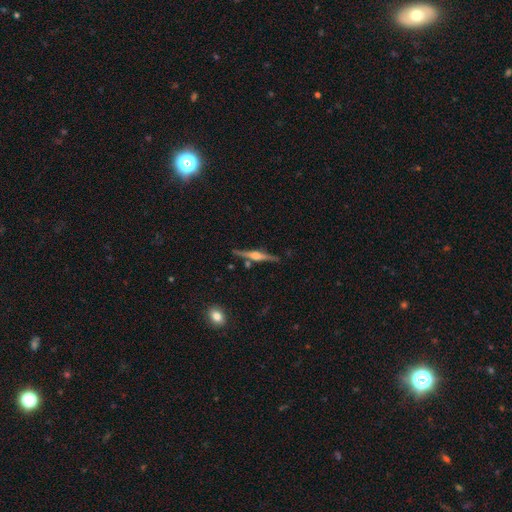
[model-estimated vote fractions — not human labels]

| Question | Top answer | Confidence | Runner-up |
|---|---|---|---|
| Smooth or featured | featured or disk | 82% | smooth (13%) |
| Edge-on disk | yes | 98% | no (2%) |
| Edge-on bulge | rounded | 84% | boxy (13%) |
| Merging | none | 86% | minor disturbance (9%) |